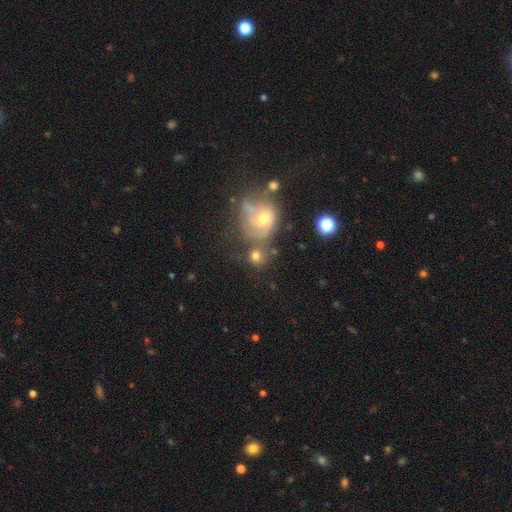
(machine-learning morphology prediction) smooth_or_featured: smooth (p=0.65) [alt: featured or disk p=0.23]
how_rounded: round (p=0.80) [alt: in between p=0.19]
merging: none (p=0.50) [alt: merger p=0.28]